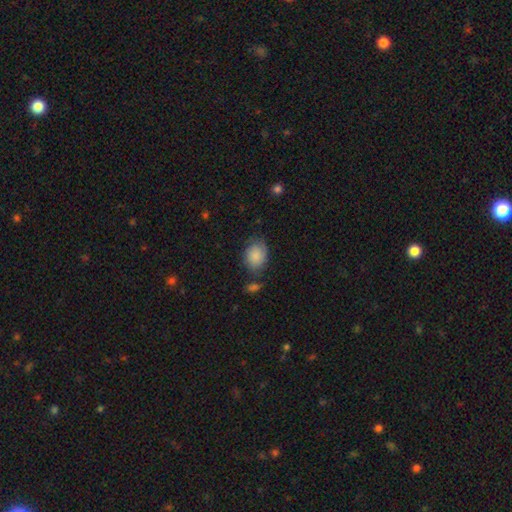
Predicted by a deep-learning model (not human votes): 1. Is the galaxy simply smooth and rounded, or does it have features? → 83% smooth, 10% featured or disk, 7% star or artifact.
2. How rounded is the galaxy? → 61% in between, 38% round, 1% cigar-shaped.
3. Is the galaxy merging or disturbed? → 65% none, 23% minor disturbance, 7% major disturbance, 5% merger.